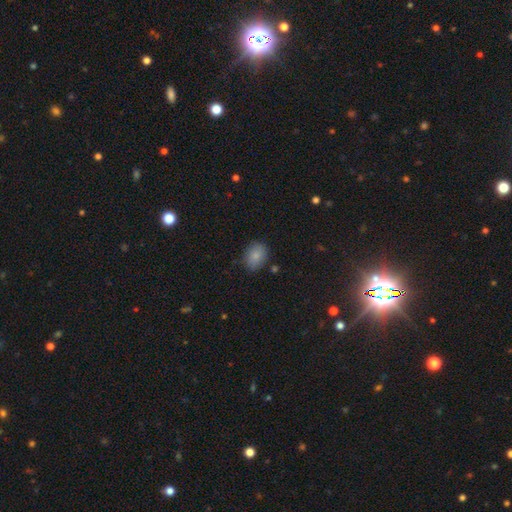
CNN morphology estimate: Smooth or featured?
  - smooth: 84% *
  - star or artifact: 9%
  - featured or disk: 7%
How rounded?
  - in between: 69% *
  - round: 30%
  - cigar-shaped: 1%
Merging?
  - none: 77% *
  - minor disturbance: 16%
  - major disturbance: 4%
  - merger: 2%